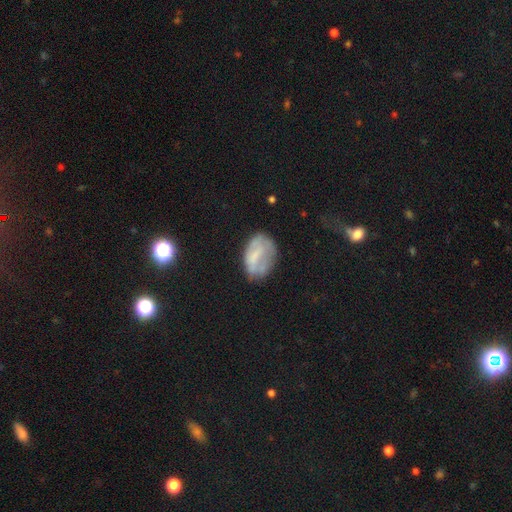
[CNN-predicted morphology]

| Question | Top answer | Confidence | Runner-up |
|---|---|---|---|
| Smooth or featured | smooth | 49% | featured or disk (40%) |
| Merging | none | 52% | minor disturbance (28%) |